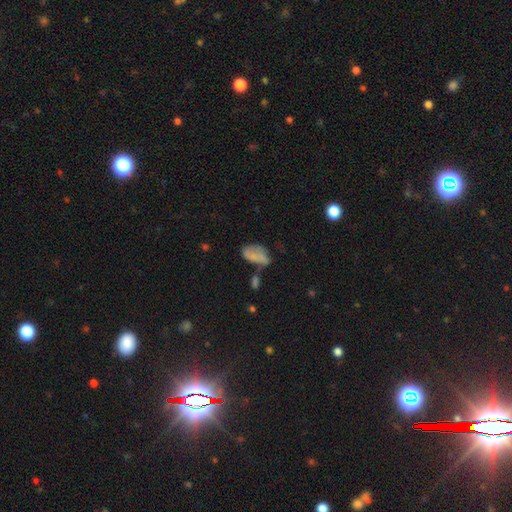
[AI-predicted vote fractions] Overall: smooth (66%). How rounded: in between (92%). Merging: none (37%; minor disturbance 28%).